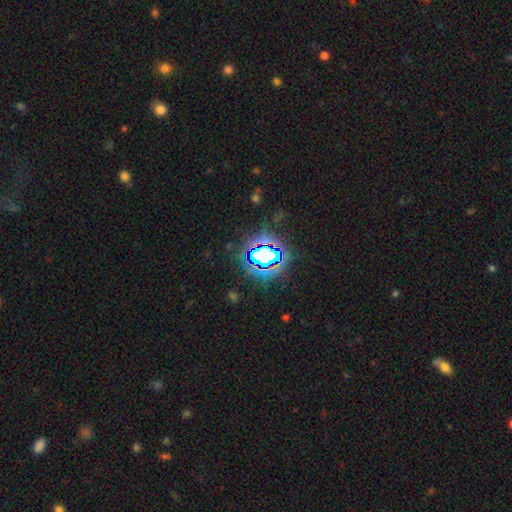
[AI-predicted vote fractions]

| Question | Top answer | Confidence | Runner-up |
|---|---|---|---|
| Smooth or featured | star or artifact | 75% | smooth (15%) |